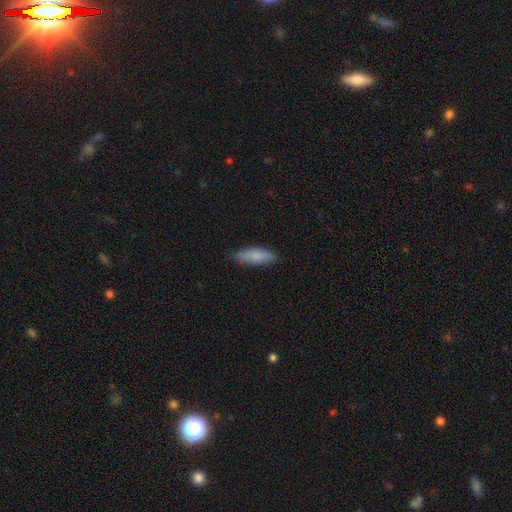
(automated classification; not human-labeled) Morphology: type=smooth (84%); roundness=in between (59%); merging=none (86%).